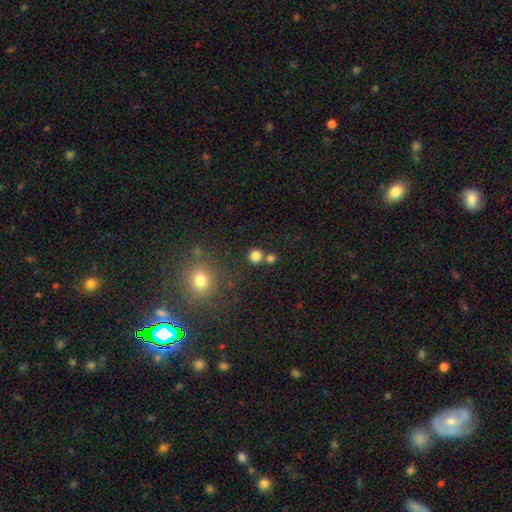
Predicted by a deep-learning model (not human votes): smooth 81%, star or artifact 14%, featured or disk 5%. Down the decision tree: how rounded — round (86%); merging — none (71%).